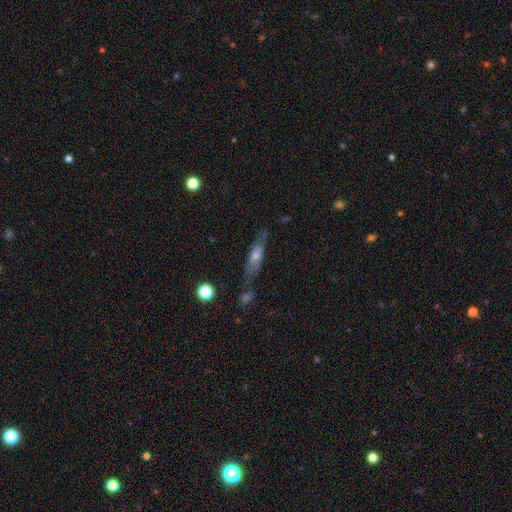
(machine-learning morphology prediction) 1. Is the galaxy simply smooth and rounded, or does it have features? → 52% smooth, 39% featured or disk, 8% star or artifact.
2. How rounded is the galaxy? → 60% cigar-shaped, 37% in between, 3% round.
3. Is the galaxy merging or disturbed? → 58% none, 24% minor disturbance, 11% major disturbance, 7% merger.